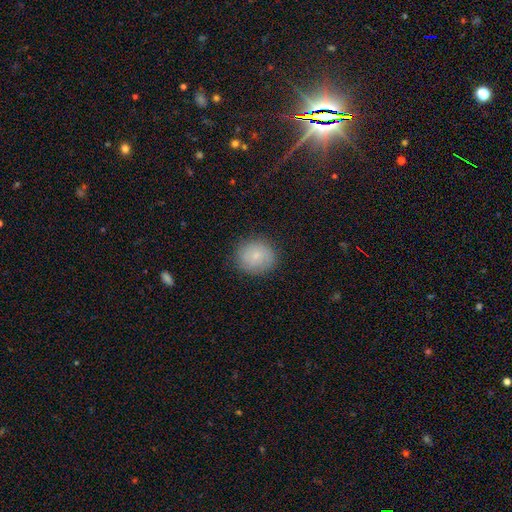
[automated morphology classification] Smooth or featured? smooth (74%)
How rounded? round (82%)
Merging? none (84%)